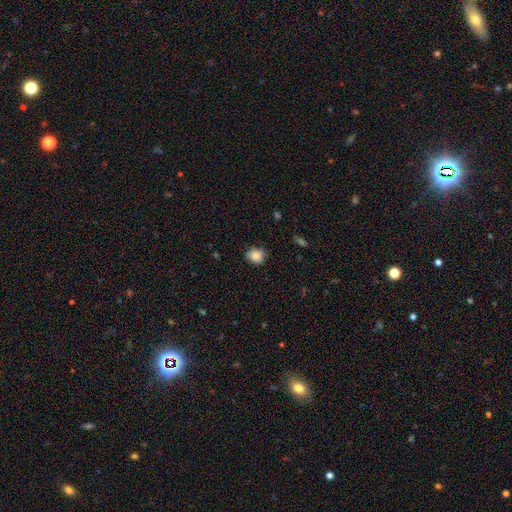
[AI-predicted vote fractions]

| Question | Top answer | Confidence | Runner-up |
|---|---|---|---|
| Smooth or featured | smooth | 86% | star or artifact (9%) |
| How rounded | round | 74% | in between (25%) |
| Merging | none | 76% | minor disturbance (19%) |